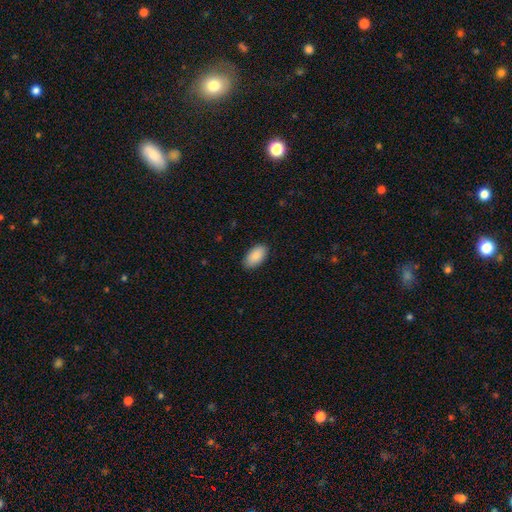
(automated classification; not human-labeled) smooth 90%, star or artifact 6%, featured or disk 4%. Down the decision tree: how rounded — in between (96%); merging — none (88%).